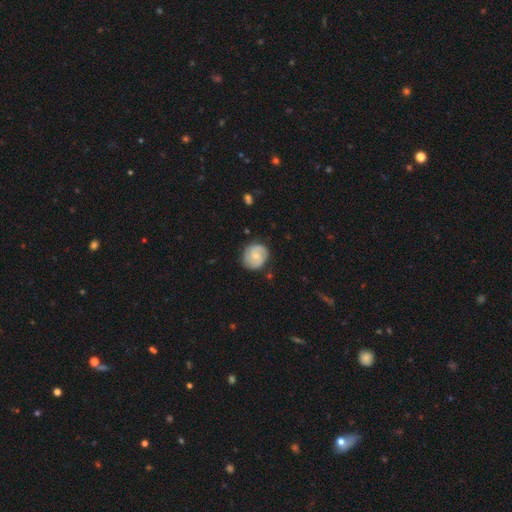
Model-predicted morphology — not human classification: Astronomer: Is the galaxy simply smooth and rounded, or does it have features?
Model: featured or disk — 62%.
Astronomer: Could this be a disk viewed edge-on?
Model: no — 98%.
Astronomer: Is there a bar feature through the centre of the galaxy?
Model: no — 56% (runner-up: weak, 39%).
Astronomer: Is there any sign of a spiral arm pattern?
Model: yes — 93%.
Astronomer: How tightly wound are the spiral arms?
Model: tight — 48% (runner-up: medium, 40%).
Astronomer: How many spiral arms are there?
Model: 2 — 63%.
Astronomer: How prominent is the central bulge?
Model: small — 54% (runner-up: moderate, 32%).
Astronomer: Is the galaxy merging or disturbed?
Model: none — 78%.